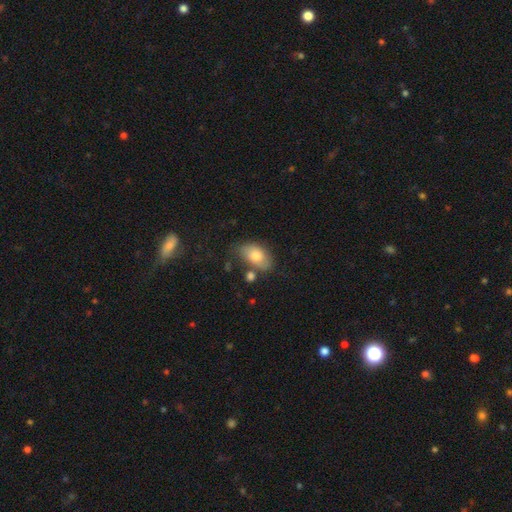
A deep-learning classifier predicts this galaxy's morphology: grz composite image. It shows a smooth galaxy with no disk features (74%) that is in between round and cigar-shaped (91%). Merging: none (61%).